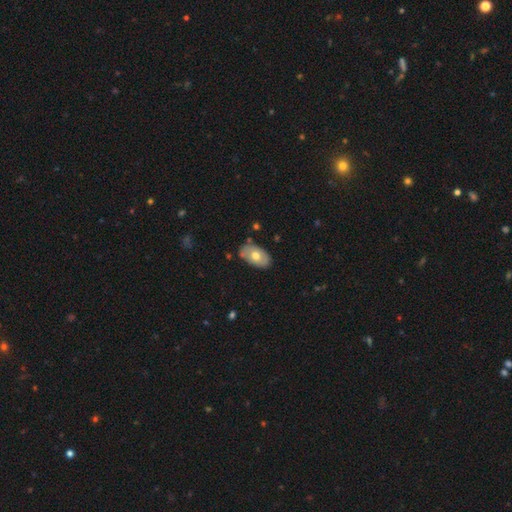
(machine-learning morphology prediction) Smooth or featured?
  - smooth: 61% *
  - featured or disk: 33%
  - star or artifact: 6%
How rounded?
  - in between: 92% *
  - round: 6%
  - cigar-shaped: 1%
Merging?
  - none: 80% *
  - minor disturbance: 15%
  - major disturbance: 3%
  - merger: 2%